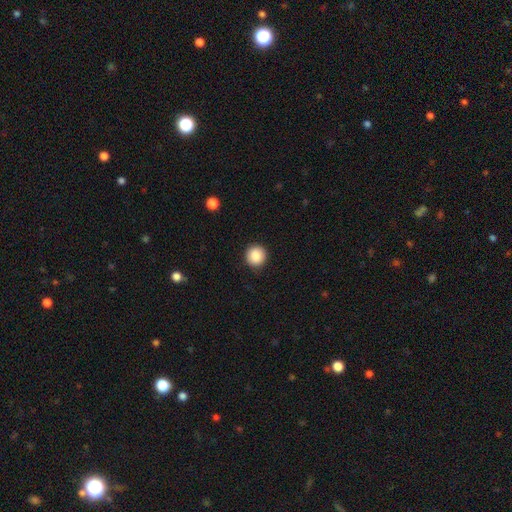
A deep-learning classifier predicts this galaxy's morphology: Q: Smooth or featured?
A: smooth (89%); runner-up: star or artifact (8%)
Q: How rounded?
A: round (95%); runner-up: in between (4%)
Q: Merging?
A: none (92%); runner-up: minor disturbance (6%)